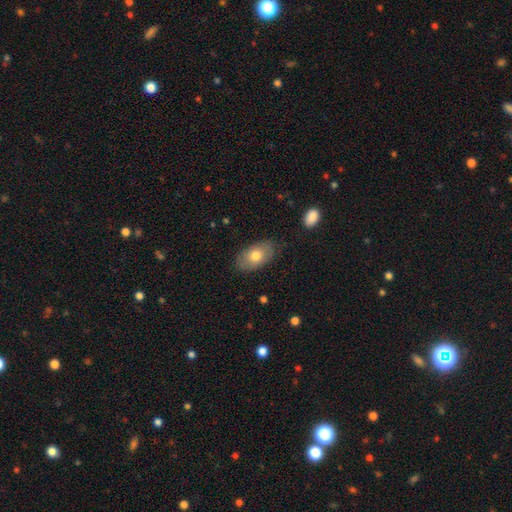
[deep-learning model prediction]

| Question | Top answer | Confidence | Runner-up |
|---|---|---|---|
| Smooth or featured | smooth | 73% | featured or disk (20%) |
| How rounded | in between | 92% | round (7%) |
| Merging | none | 81% | minor disturbance (15%) |